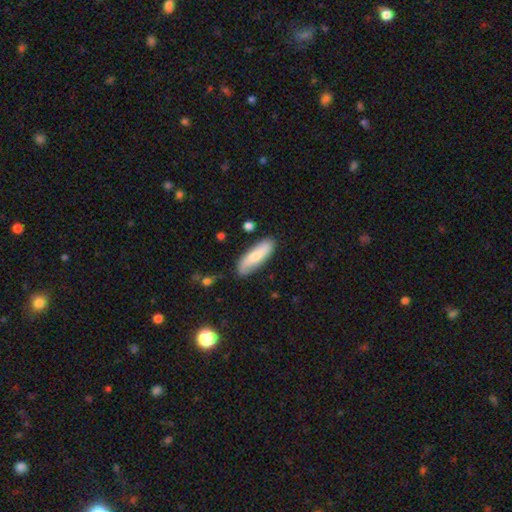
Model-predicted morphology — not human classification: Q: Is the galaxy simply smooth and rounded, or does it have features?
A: smooth — 70%.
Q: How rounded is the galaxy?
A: in between — 50%.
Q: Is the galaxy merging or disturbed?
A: none — 82%.